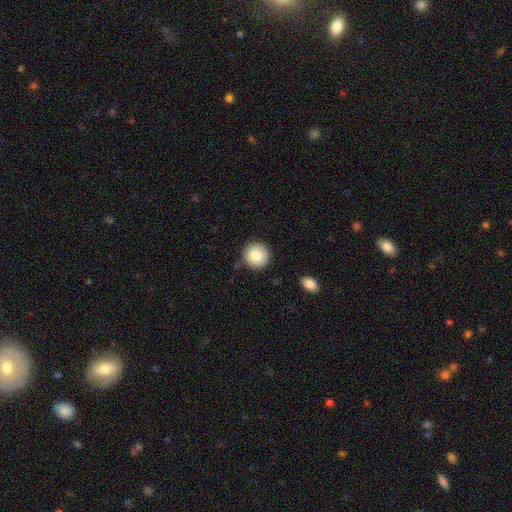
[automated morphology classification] smooth_or_featured: smooth (p=0.83) [alt: featured or disk p=0.08]
how_rounded: round (p=0.94) [alt: in between p=0.05]
merging: none (p=0.86) [alt: minor disturbance p=0.09]